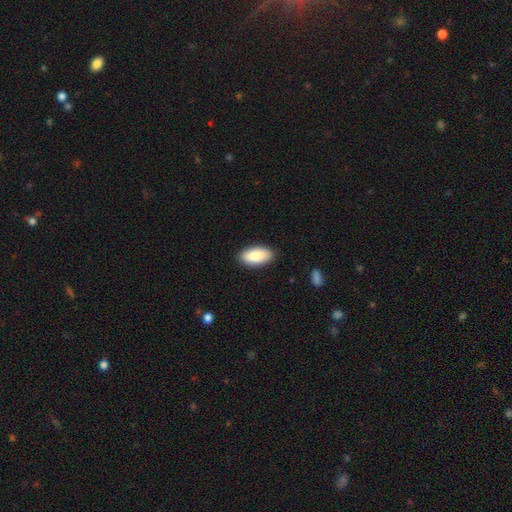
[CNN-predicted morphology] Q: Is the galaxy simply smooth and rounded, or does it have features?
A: smooth — 88%.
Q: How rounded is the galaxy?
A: in between — 93%.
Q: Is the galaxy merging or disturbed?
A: none — 89%.